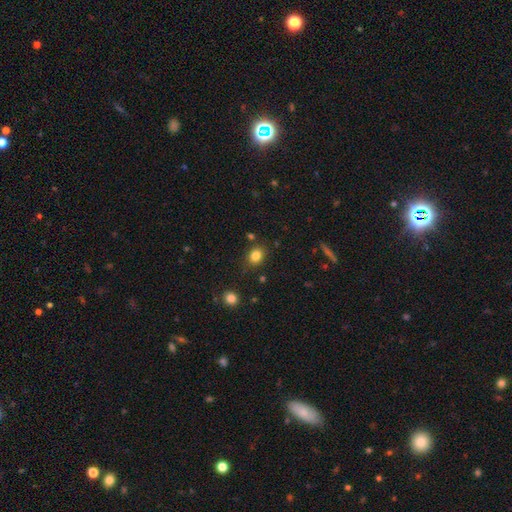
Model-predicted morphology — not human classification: smooth_or_featured: smooth (p=0.82) [alt: star or artifact p=0.12]
how_rounded: round (p=0.55) [alt: in between p=0.44]
merging: none (p=0.81) [alt: minor disturbance p=0.12]